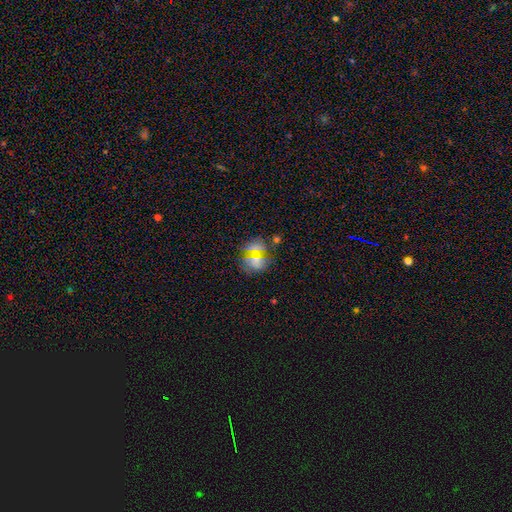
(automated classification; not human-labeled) Smooth or featured? Predicted: smooth (p=0.56). How rounded? Predicted: round (p=0.70). Merging? Predicted: none (p=0.62).